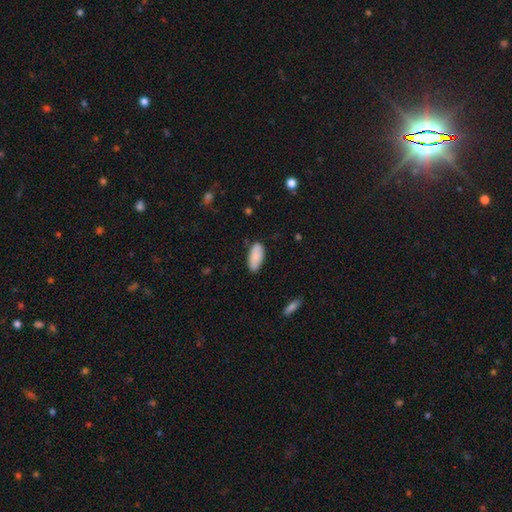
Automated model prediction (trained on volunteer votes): smooth_or_featured: smooth (p=0.86) [alt: featured or disk p=0.08]
how_rounded: in between (p=0.89) [alt: cigar-shaped p=0.09]
merging: none (p=0.78) [alt: minor disturbance p=0.17]